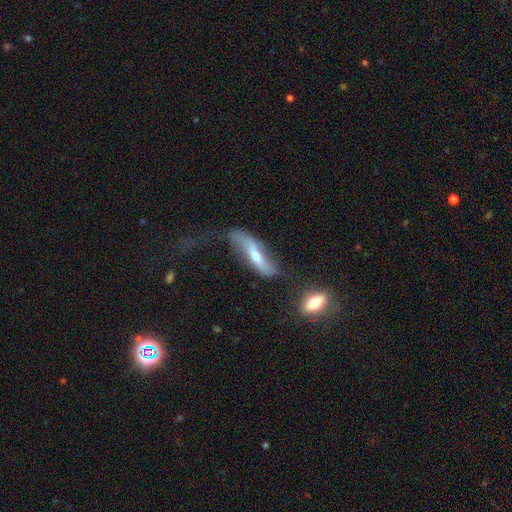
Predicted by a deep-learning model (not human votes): The model was most divided on "merging" (2-way tie): major disturbance: 34%, none: 34%, minor disturbance: 25%, merger: 7%. More confident: smooth or featured — featured or disk (63%); edge-on disk — no (62%).